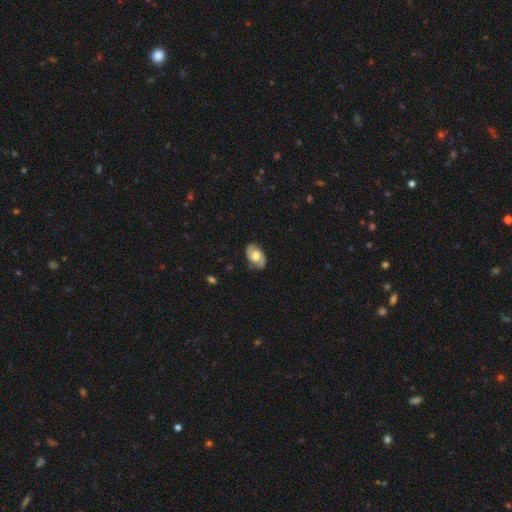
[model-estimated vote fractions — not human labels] smooth-or-featured: featured or disk: 54% | smooth: 39% | star or artifact: 6%
  disk-edge-on: no: 95% | yes: 5%
    bar: no: 69% | weak: 25% | strong: 5%
    has-spiral-arms: yes: 77% | no: 23%
    bulge-size: moderate: 63% | large: 25% | small: 8% | none: 2% | dominant: 2%
  merging: none: 78% | minor disturbance: 17% | major disturbance: 4% | merger: 1%